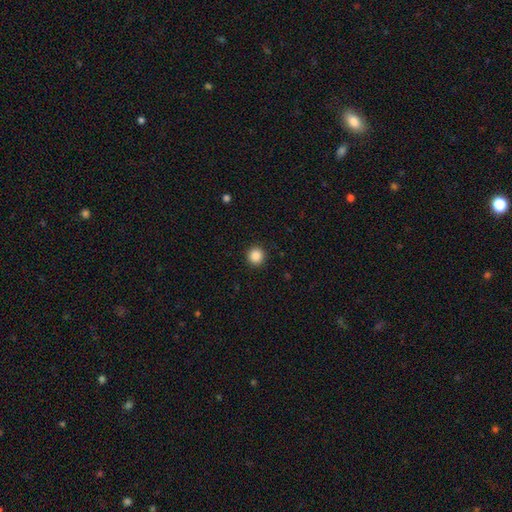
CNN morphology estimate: Q: Smooth or featured?
A: smooth (88%); runner-up: star or artifact (10%)
Q: How rounded?
A: round (95%); runner-up: in between (4%)
Q: Merging?
A: none (92%); runner-up: minor disturbance (5%)